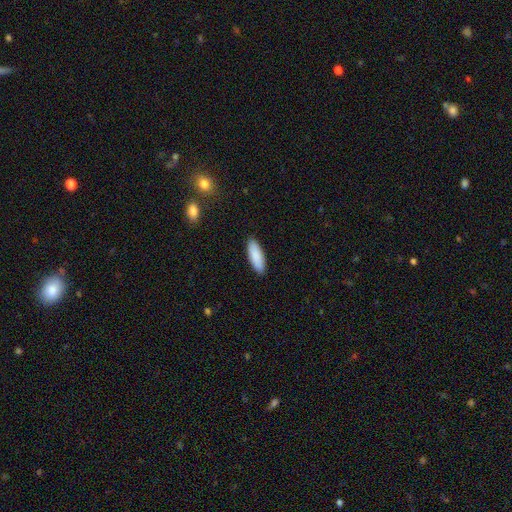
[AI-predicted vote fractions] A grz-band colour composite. It shows a smooth galaxy with no disk features (90%) that is in between round and cigar-shaped (59%). Merging: none (91%).